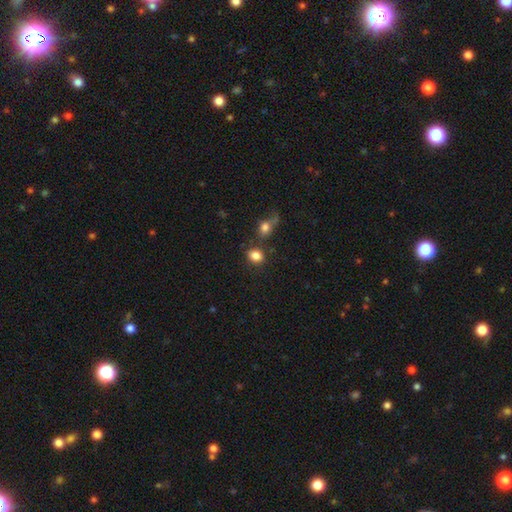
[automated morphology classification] Smooth or featured?
  - smooth: 84% *
  - star or artifact: 10%
  - featured or disk: 6%
How rounded?
  - in between: 54% *
  - round: 44%
  - cigar-shaped: 1%
Merging?
  - none: 67% *
  - merger: 16%
  - minor disturbance: 12%
  - major disturbance: 5%